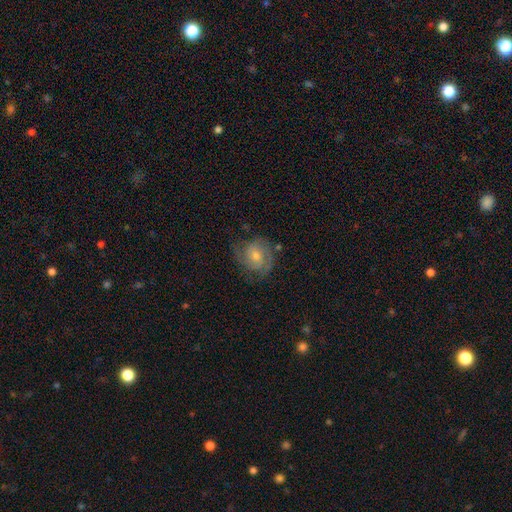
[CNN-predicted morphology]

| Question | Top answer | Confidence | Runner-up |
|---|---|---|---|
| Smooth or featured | featured or disk | 71% | smooth (21%) |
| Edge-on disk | no | 97% | yes (3%) |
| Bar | no | 65% | weak (30%) |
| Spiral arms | yes | 90% | no (10%) |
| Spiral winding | tight | 52% | medium (37%) |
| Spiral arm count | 2 | 56% | can't tell (23%) |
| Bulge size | moderate | 50% | small (44%) |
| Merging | none | 70% | minor disturbance (19%) |